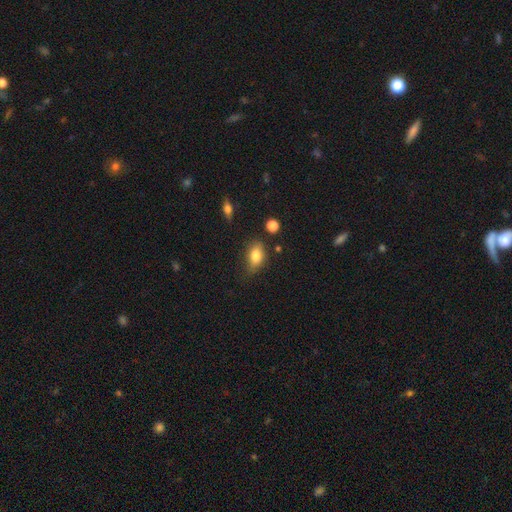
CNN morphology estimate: smooth 80%, featured or disk 11%, star or artifact 9%. Down the decision tree: how rounded — in between (82%); merging — none (65%).